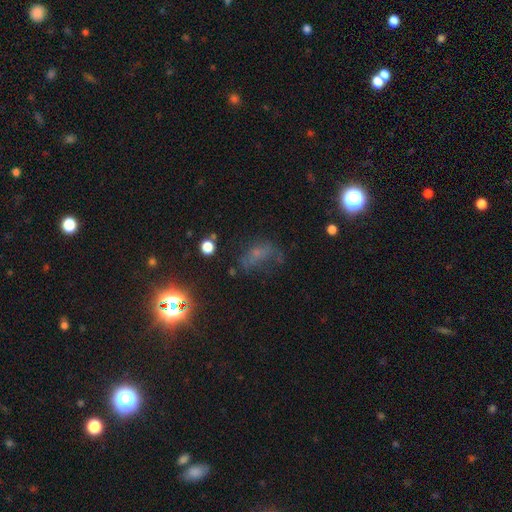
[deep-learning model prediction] Smooth or featured?
  - smooth: 40% *
  - star or artifact: 33%
  - featured or disk: 26%
Merging?
  - none: 41% *
  - major disturbance: 29%
  - minor disturbance: 25%
  - merger: 5%